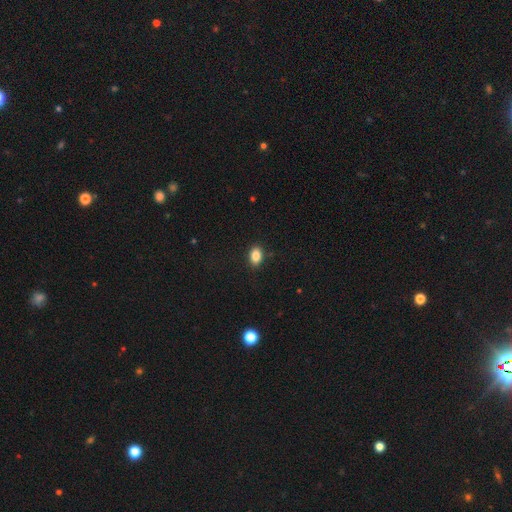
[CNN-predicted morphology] smooth 85%, star or artifact 9%, featured or disk 6%. Down the decision tree: how rounded — in between (83%); merging — none (88%).